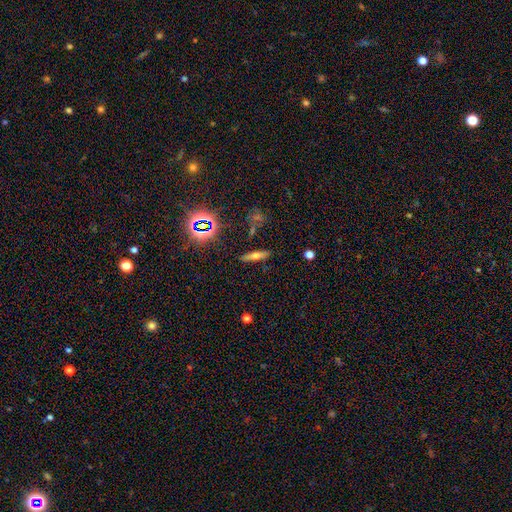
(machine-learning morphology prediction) This appears to be a smooth galaxy with no disk features (49%). Merging: none (85%).